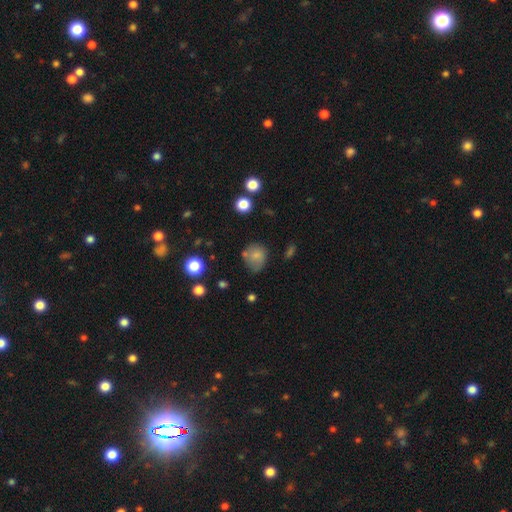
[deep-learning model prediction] Overall: smooth (76%). How rounded: round (72%). Merging: none (54%; minor disturbance 27%).